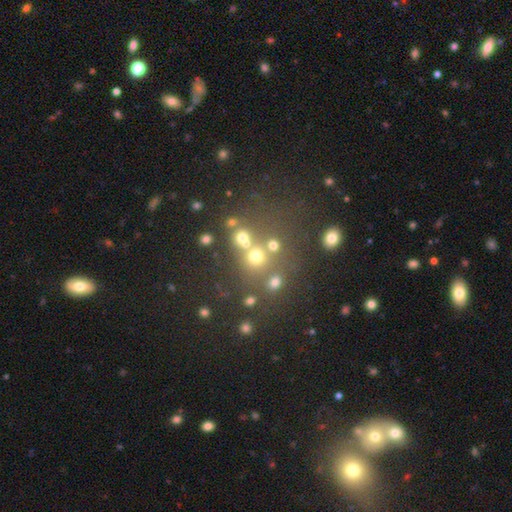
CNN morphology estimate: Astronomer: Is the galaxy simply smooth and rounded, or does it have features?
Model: star or artifact — 41% (runner-up: smooth, 40%).